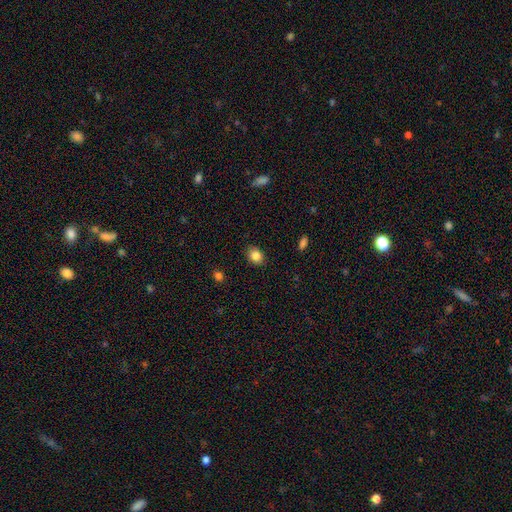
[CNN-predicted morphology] Smooth or featured? smooth (84%)
How rounded? in between (56%)
Merging? none (87%)